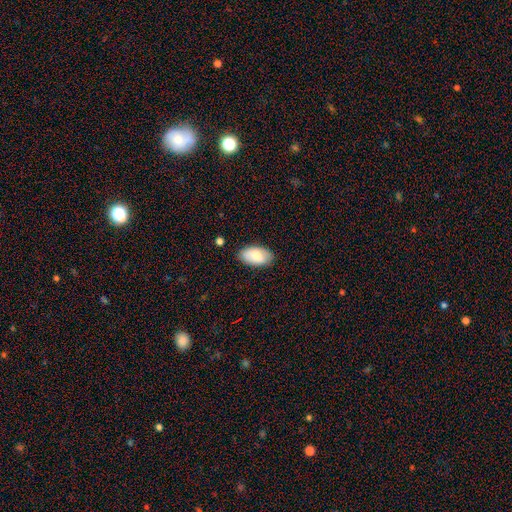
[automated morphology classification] A smooth galaxy with no disk features (77%) that is in between round and cigar-shaped (95%).

Vote fractions:
- Smooth or featured? smooth: 77% / featured or disk: 17% / star or artifact: 6%
- How rounded? in between: 95% / round: 3% / cigar-shaped: 2%
- Merging? none: 84% / minor disturbance: 12% / major disturbance: 2% / merger: 1%